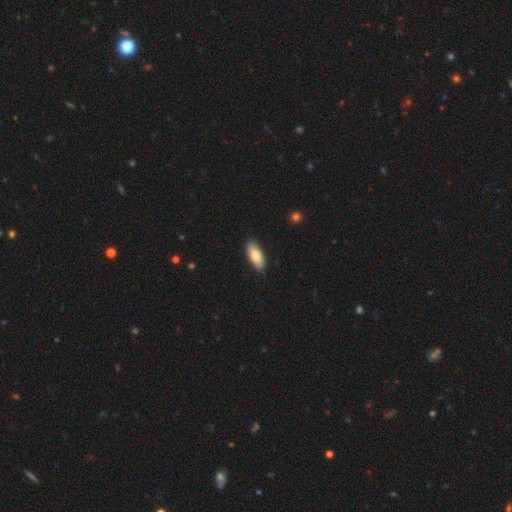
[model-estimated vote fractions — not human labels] A smooth galaxy with no disk features (82%) that is in between round and cigar-shaped (83%).

Vote fractions:
- Smooth or featured? smooth: 82% / featured or disk: 12% / star or artifact: 6%
- How rounded? in between: 83% / cigar-shaped: 15% / round: 2%
- Merging? none: 89% / minor disturbance: 9% / major disturbance: 2% / merger: 1%